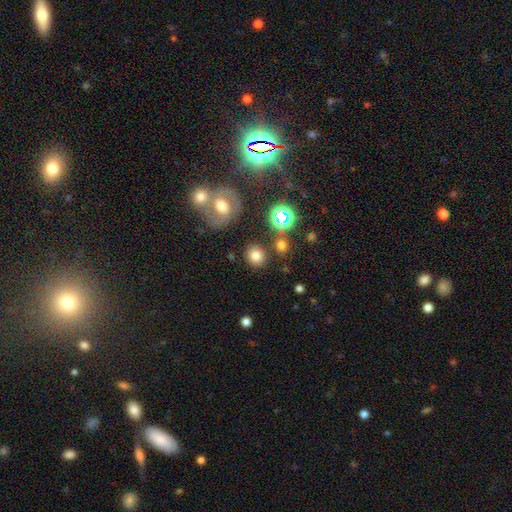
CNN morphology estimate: A smooth galaxy with no disk features (75%) that is round (85%).

Vote fractions:
- Smooth or featured? smooth: 75% / star or artifact: 16% / featured or disk: 9%
- How rounded? round: 85% / in between: 14% / cigar-shaped: 1%
- Merging? none: 82% / minor disturbance: 8% / merger: 6% / major disturbance: 3%